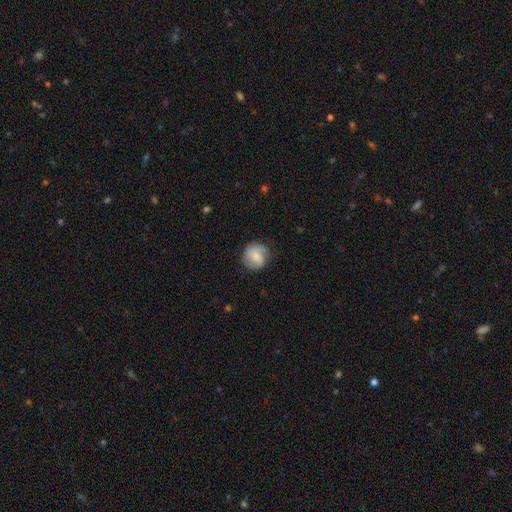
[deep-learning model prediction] Q: Smooth or featured?
A: smooth (56%); runner-up: featured or disk (37%)
Q: How rounded?
A: round (88%); runner-up: in between (11%)
Q: Merging?
A: none (72%); runner-up: minor disturbance (21%)